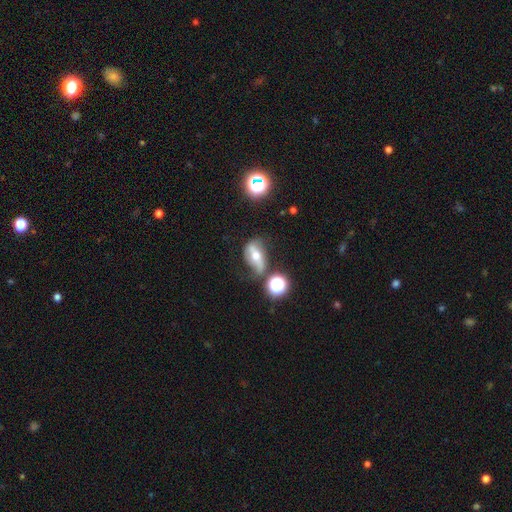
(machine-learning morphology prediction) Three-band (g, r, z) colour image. It shows a featured or disk galaxy (59%). Merging: none (52%).